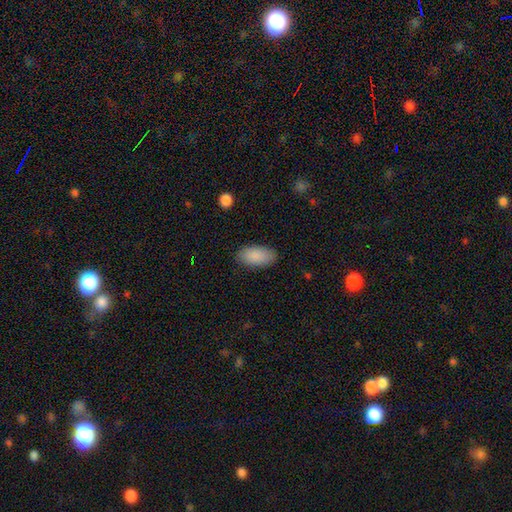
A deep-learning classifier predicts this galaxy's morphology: This is clearly a smooth galaxy (89%). How rounded: clearly in between (94%). Merging: clearly none (87%).